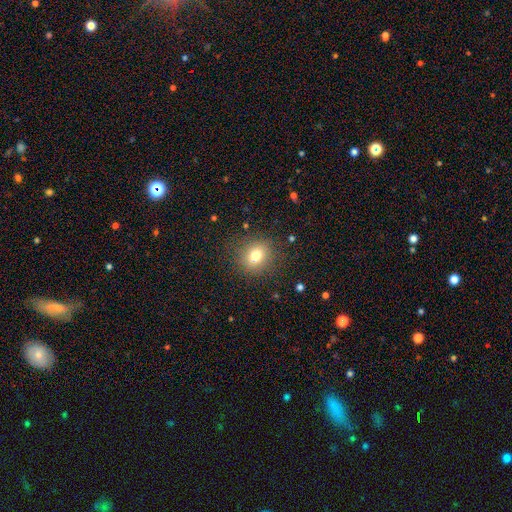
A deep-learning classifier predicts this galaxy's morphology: A smooth galaxy with no disk features (76%) that is round (72%). Merging: none (85%).